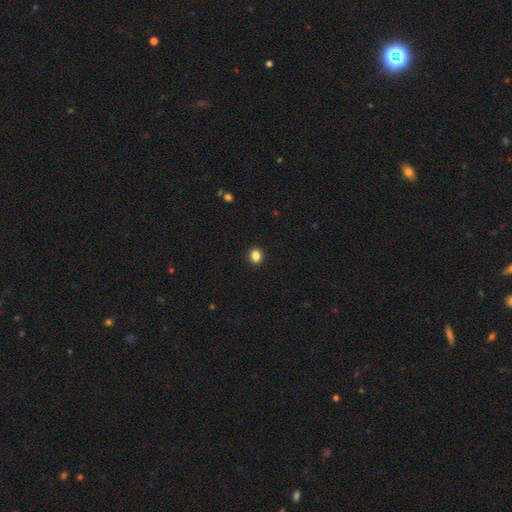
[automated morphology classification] Q: Smooth or featured?
A: smooth (86%); runner-up: star or artifact (10%)
Q: How rounded?
A: round (54%); runner-up: in between (45%)
Q: Merging?
A: none (92%); runner-up: minor disturbance (5%)